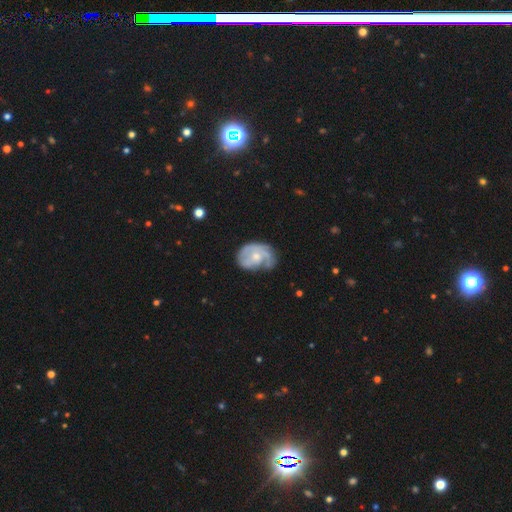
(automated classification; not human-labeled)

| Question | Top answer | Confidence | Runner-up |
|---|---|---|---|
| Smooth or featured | featured or disk | 75% | smooth (20%) |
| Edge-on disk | no | 97% | yes (3%) |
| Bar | no | 73% | weak (23%) |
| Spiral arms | yes | 87% | no (13%) |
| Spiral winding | tight | 44% | medium (37%) |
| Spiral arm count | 2 | 31% | can't tell (25%) |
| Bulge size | moderate | 50% | small (43%) |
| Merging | none | 52% | minor disturbance (27%) |